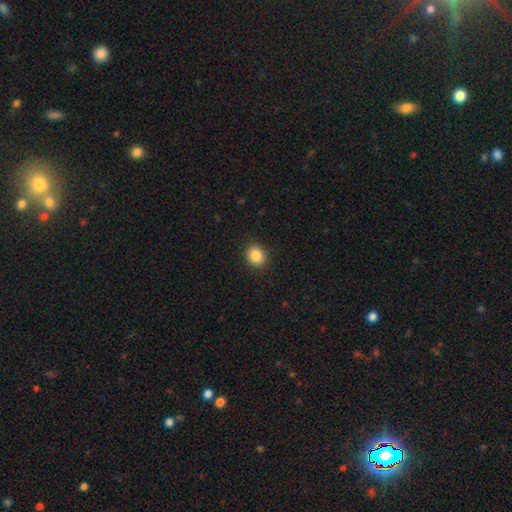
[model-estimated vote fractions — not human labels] smooth_or_featured: smooth (p=0.86) [alt: star or artifact p=0.09]
how_rounded: round (p=0.74) [alt: in between p=0.26]
merging: none (p=0.91) [alt: minor disturbance p=0.06]